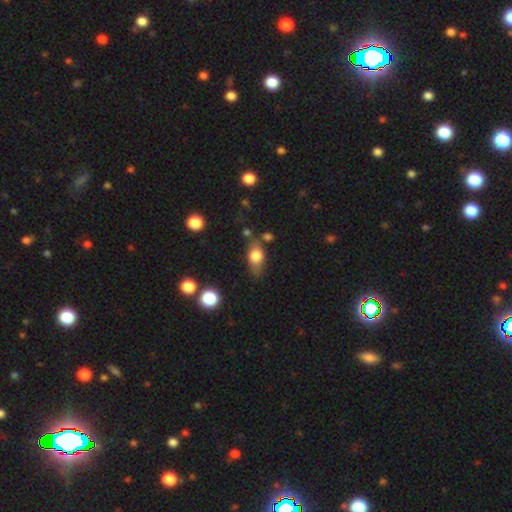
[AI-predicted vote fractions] This is likely a smooth galaxy (73%). How rounded: likely in between (78%). Merging: likely none (65%).